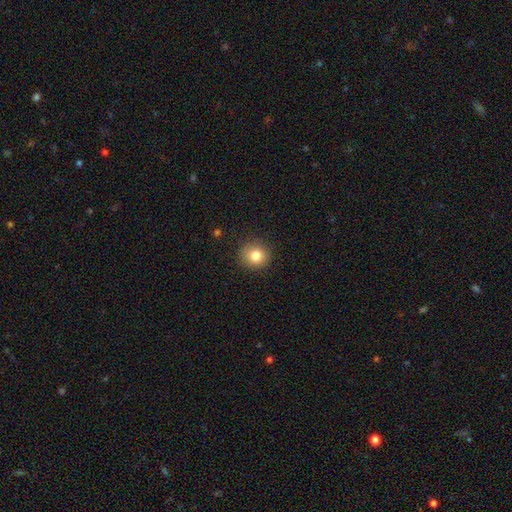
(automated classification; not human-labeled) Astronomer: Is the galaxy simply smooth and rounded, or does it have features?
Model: smooth — 82%.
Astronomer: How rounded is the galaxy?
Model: round — 87%.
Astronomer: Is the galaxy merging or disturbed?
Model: none — 89%.